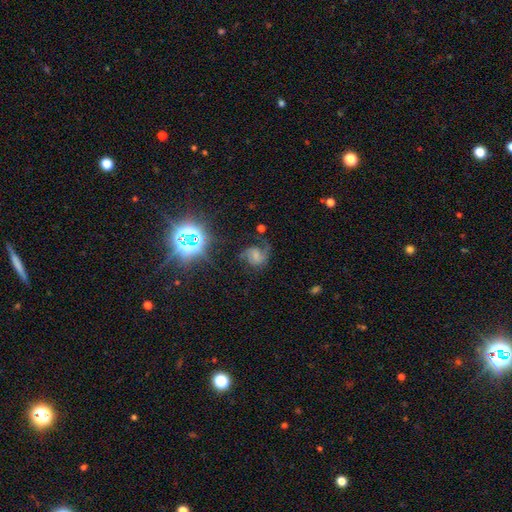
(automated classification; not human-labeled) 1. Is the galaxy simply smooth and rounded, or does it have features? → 51% featured or disk, 29% smooth, 20% star or artifact.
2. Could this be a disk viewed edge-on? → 97% no, 3% yes.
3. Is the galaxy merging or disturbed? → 46% none, 28% major disturbance, 23% minor disturbance, 3% merger.